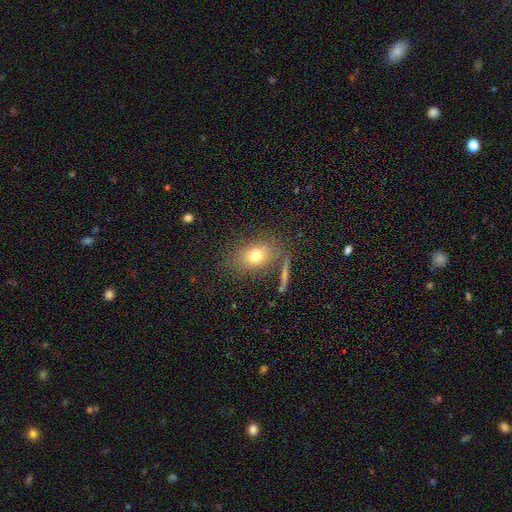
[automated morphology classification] Q: Smooth or featured?
A: smooth (73%); runner-up: featured or disk (15%)
Q: How rounded?
A: in between (66%); runner-up: round (31%)
Q: Merging?
A: none (73%); runner-up: minor disturbance (13%)